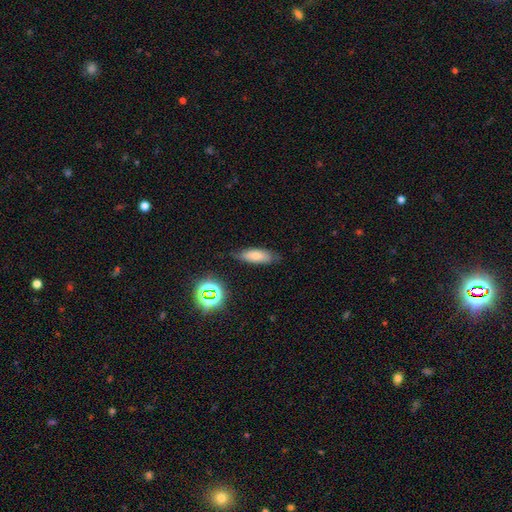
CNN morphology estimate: smooth-or-featured: smooth: 73% | featured or disk: 15% | star or artifact: 12%
  how-rounded: in between: 64% | cigar-shaped: 33% | round: 3%
  merging: none: 71% | minor disturbance: 22% | major disturbance: 5% | merger: 2%